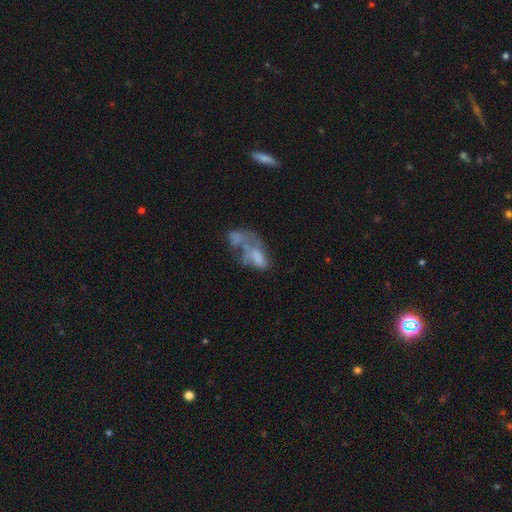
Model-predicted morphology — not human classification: Smooth or featured? featured or disk (46%)
Merging? merger (42%)